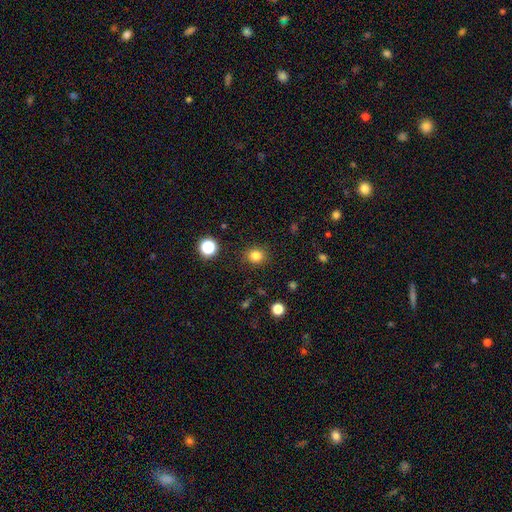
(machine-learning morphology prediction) Smooth or featured?
  - smooth: 82% *
  - star or artifact: 13%
  - featured or disk: 5%
How rounded?
  - round: 77% *
  - in between: 22%
  - cigar-shaped: 1%
Merging?
  - none: 88% *
  - minor disturbance: 8%
  - major disturbance: 3%
  - merger: 1%